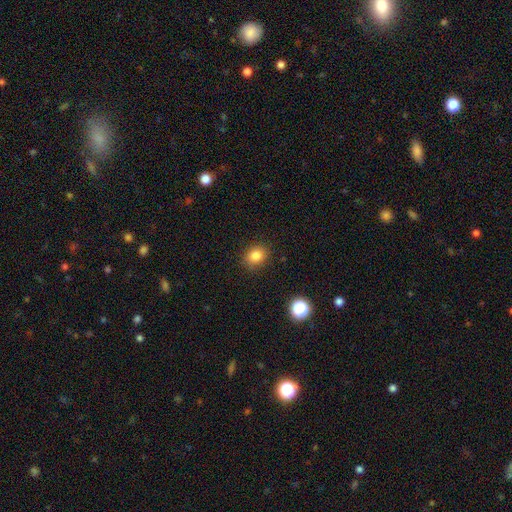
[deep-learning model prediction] smooth-or-featured: smooth: 83% | star or artifact: 12% | featured or disk: 5%
  how-rounded: round: 59% | in between: 40% | cigar-shaped: 1%
  merging: none: 87% | minor disturbance: 9% | major disturbance: 3% | merger: 1%